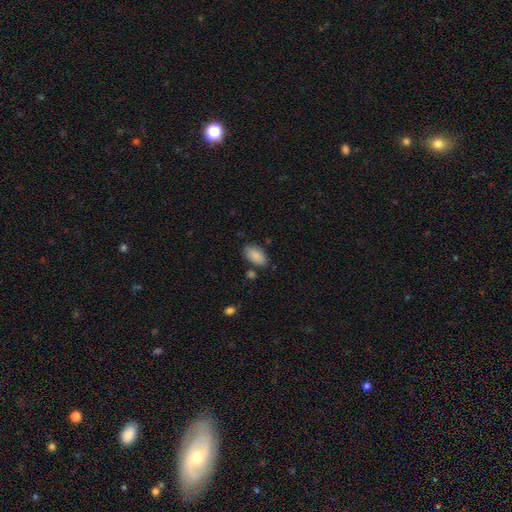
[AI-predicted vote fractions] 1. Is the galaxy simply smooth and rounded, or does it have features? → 89% smooth, 6% star or artifact, 5% featured or disk.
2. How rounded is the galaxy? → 94% in between, 3% round, 2% cigar-shaped.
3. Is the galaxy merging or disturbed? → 79% none, 13% minor disturbance, 4% merger, 3% major disturbance.